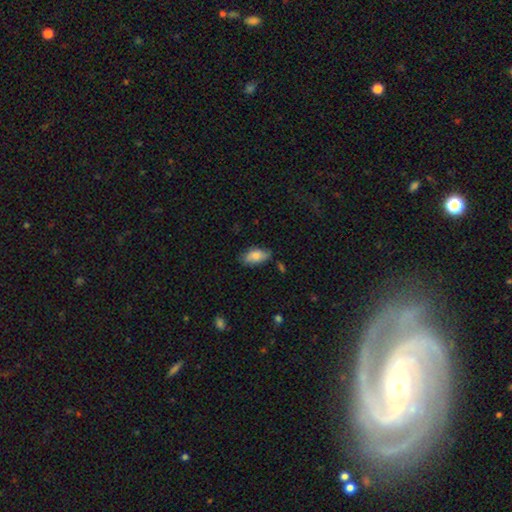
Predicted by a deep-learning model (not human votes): Smooth or featured? smooth (77%)
How rounded? in between (92%)
Merging? none (67%)